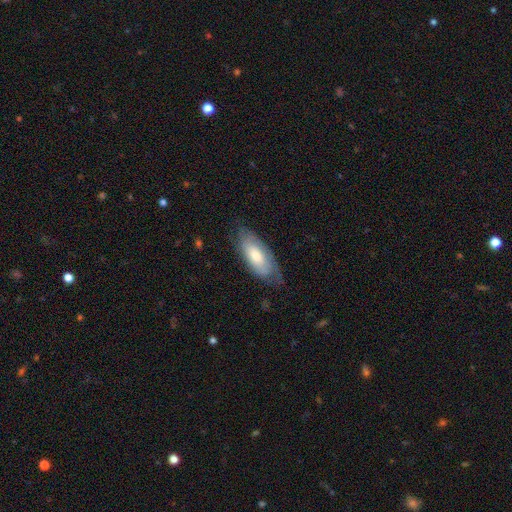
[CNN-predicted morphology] smooth-or-featured: smooth: 50% | featured or disk: 44% | star or artifact: 6%
  how-rounded: in between: 81% | cigar-shaped: 17% | round: 2%
  merging: none: 68% | minor disturbance: 24% | major disturbance: 7% | merger: 1%